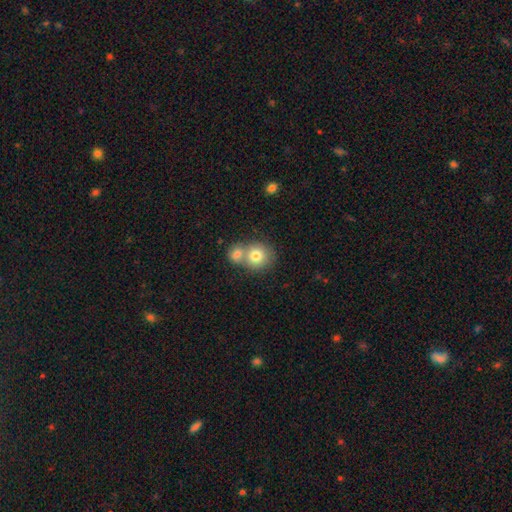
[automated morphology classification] smooth_or_featured: smooth (p=0.76) [alt: featured or disk p=0.14]
how_rounded: round (p=0.83) [alt: in between p=0.16]
merging: merger (p=0.52) [alt: none p=0.39]